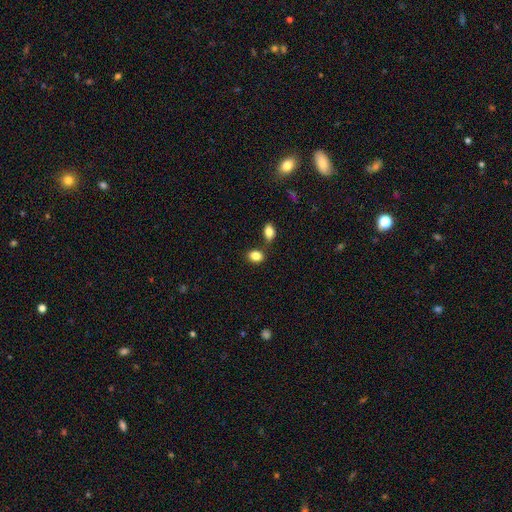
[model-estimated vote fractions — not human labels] The model was most divided on "how rounded": in between: 73%, round: 25%, cigar-shaped: 1%. More confident: smooth or featured — smooth (86%); merging — none (68%).